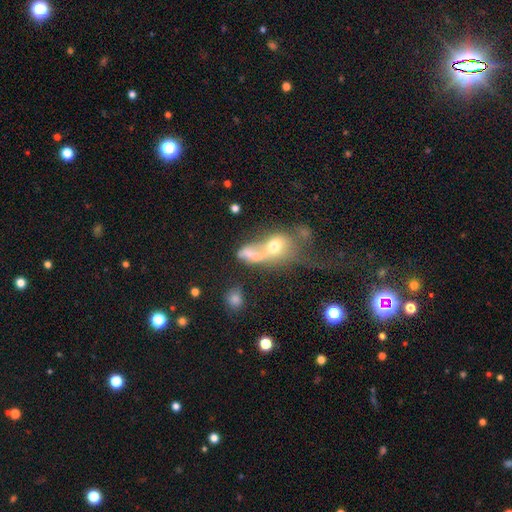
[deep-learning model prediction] Smooth or featured? smooth (53%)
How rounded? in between (64%)
Merging? merger (61%)